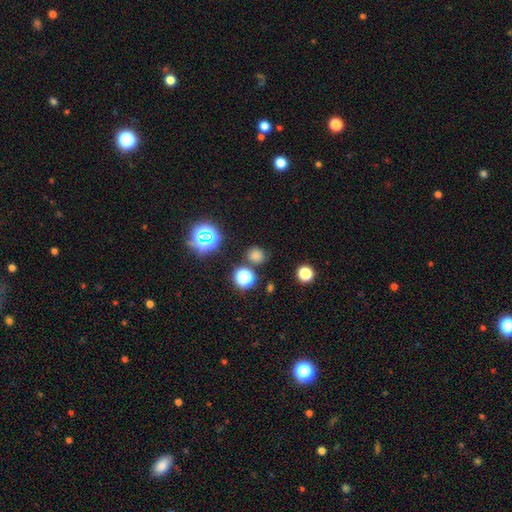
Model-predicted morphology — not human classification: Overall: smooth (70%). How rounded: round (84%). Merging: none (80%).